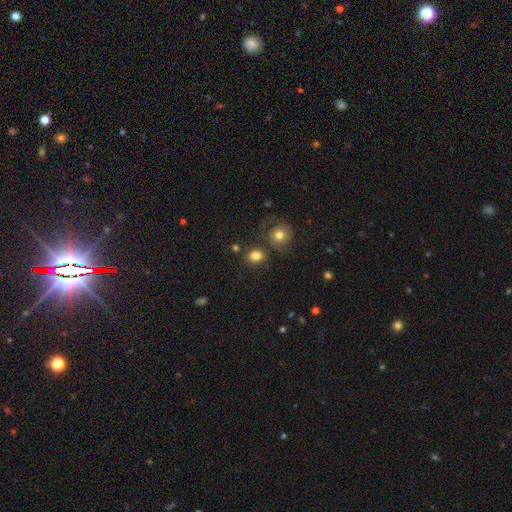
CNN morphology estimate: A smooth galaxy with no disk features (82%) that is round (61%). Merging: none (75%).